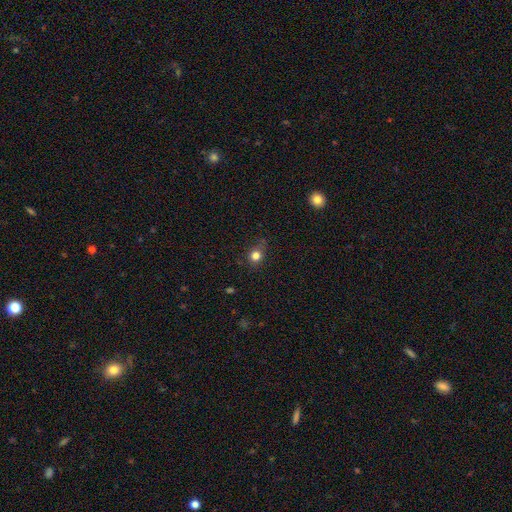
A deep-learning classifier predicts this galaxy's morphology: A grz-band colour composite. It shows a smooth galaxy with no disk features (79%) that is round (82%). Merging: none (74%).